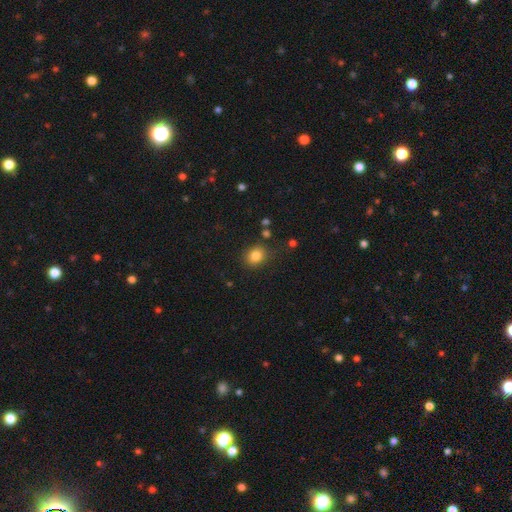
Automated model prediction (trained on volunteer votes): Overall: smooth (83%). How rounded: round (62%; in between 37%). Merging: none (81%).